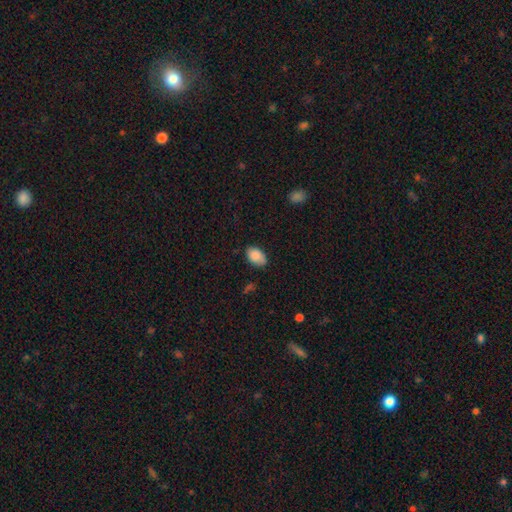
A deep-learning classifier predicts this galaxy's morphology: smooth-or-featured: smooth: 88% | star or artifact: 7% | featured or disk: 5%
  how-rounded: in between: 90% | round: 9% | cigar-shaped: 1%
  merging: none: 77% | minor disturbance: 18% | major disturbance: 3% | merger: 1%